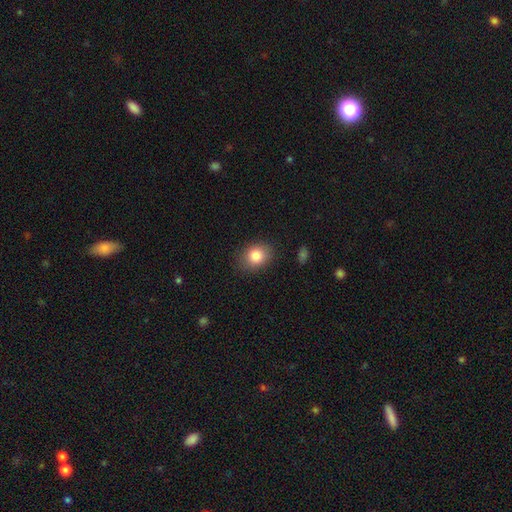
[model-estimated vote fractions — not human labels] Smooth or featured: smooth — 82% (star or artifact — 9%)
How rounded: in between — 51% (round — 48%)
Merging: none — 84% (minor disturbance — 12%)